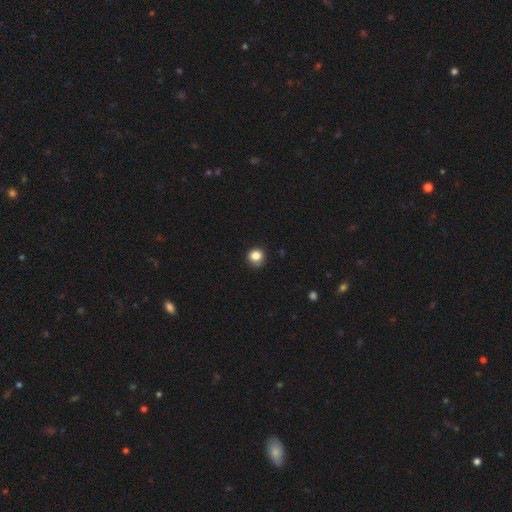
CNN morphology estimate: This appears to be a smooth galaxy with no disk features (84%) that is round (89%). Merging: none (81%).